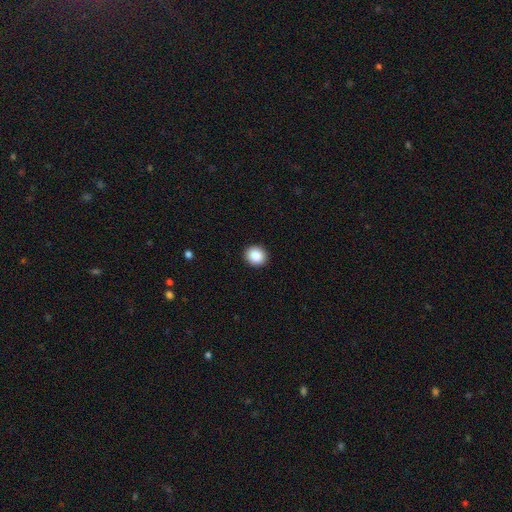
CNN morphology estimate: Smooth or featured: smooth — 89% (star or artifact — 8%)
How rounded: round — 86% (in between — 13%)
Merging: none — 92% (minor disturbance — 5%)